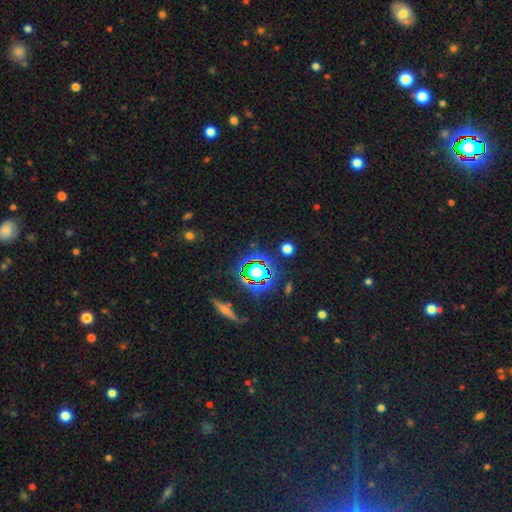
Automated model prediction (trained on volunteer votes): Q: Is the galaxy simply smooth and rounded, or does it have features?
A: star or artifact — 76%.